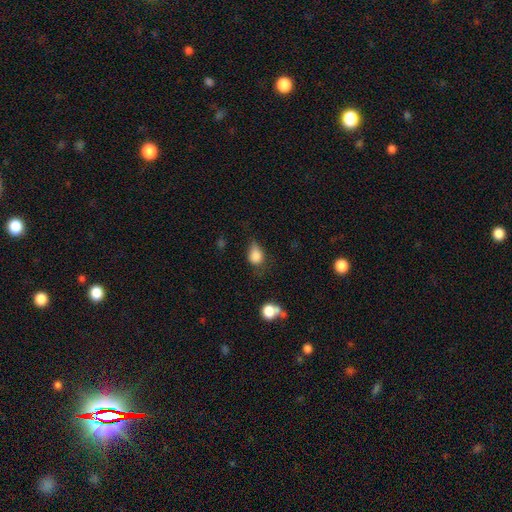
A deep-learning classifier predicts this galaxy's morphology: Q: Smooth or featured?
A: smooth (80%); runner-up: star or artifact (10%)
Q: How rounded?
A: in between (64%); runner-up: round (33%)
Q: Merging?
A: minor disturbance (39%); runner-up: none (35%)